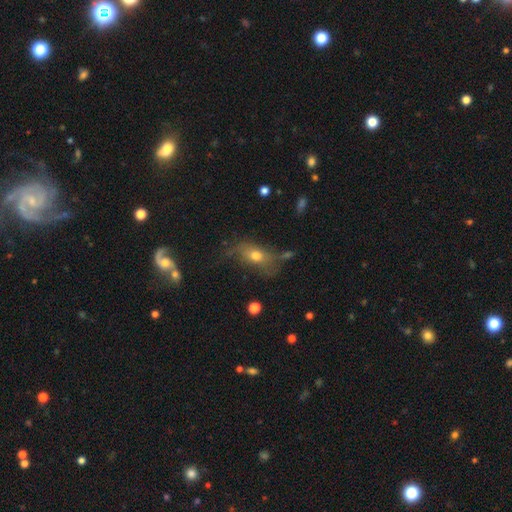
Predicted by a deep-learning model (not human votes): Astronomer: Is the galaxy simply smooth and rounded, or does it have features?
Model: smooth — 56%.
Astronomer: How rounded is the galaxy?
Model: in between — 76%.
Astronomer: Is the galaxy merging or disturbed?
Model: none — 45% (runner-up: minor disturbance, 26%).